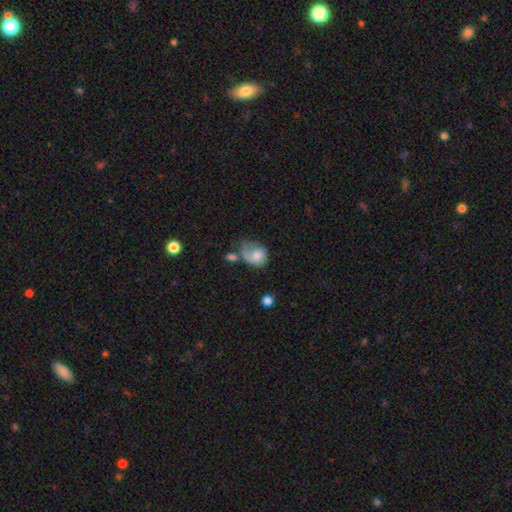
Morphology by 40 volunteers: smooth 70%, featured or disk 25%, star or artifact 5%. Down the decision tree: how rounded — round (50%, tied with in between); merging — major disturbance (39%).